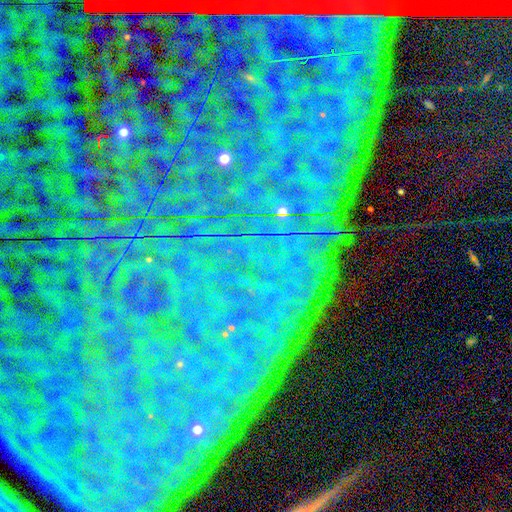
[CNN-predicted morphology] smooth_or_featured: star or artifact (p=0.84) [alt: featured or disk p=0.09]